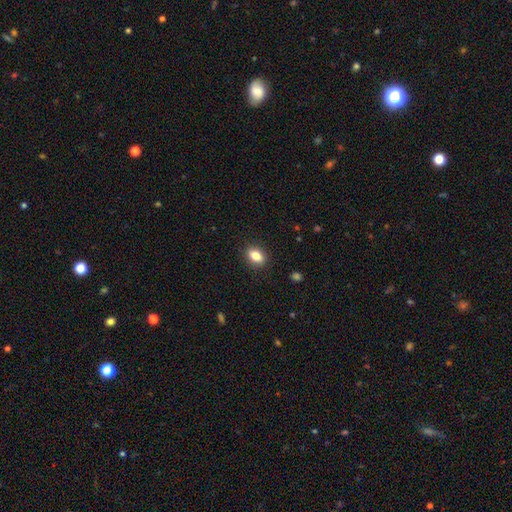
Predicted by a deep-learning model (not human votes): This appears to be a smooth galaxy with no disk features (83%) that is in between round and cigar-shaped (81%). Merging: none (88%).